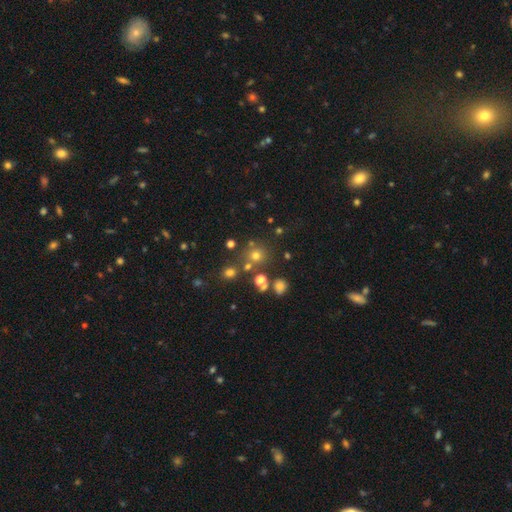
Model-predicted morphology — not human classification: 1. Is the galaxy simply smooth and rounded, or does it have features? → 64% smooth, 25% star or artifact, 11% featured or disk.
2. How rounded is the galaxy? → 90% round, 9% in between, 1% cigar-shaped.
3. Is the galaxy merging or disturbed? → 71% none, 15% merger, 9% minor disturbance, 4% major disturbance.